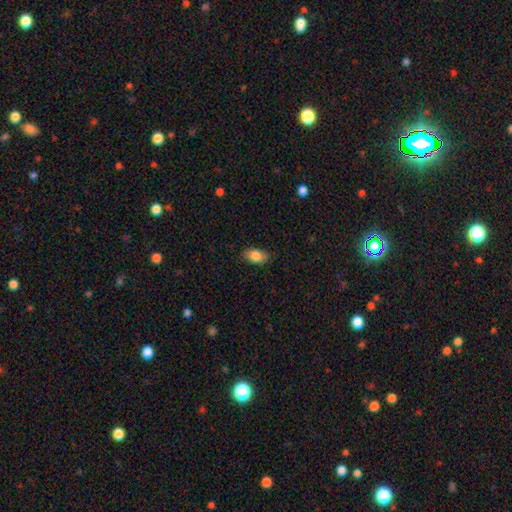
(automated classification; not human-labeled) Smooth or featured: smooth — 83% (featured or disk — 10%)
How rounded: in between — 89% (round — 8%)
Merging: none — 83% (minor disturbance — 13%)